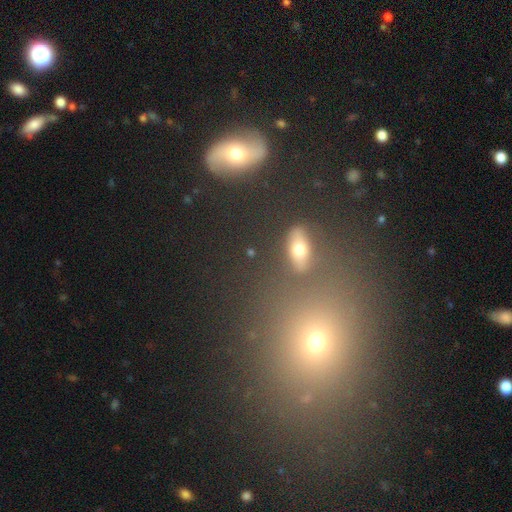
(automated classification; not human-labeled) Smooth or featured?
  - smooth: 42% *
  - featured or disk: 30%
  - star or artifact: 29%
Merging?
  - none: 72% *
  - minor disturbance: 12%
  - merger: 10%
  - major disturbance: 6%